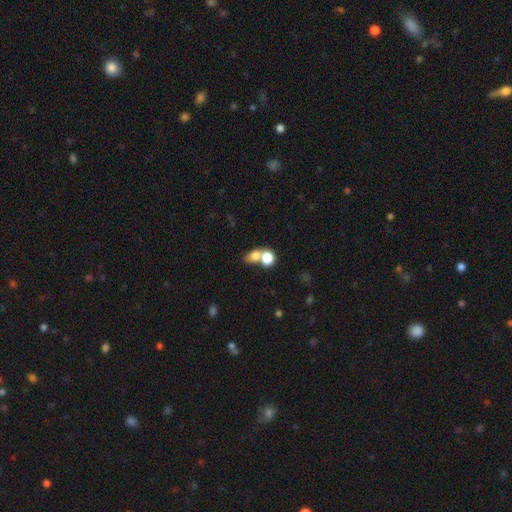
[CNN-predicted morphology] Smooth or featured? Predicted: smooth (p=0.77). How rounded? Predicted: in between (p=0.54). Merging? Predicted: merger (p=0.54).